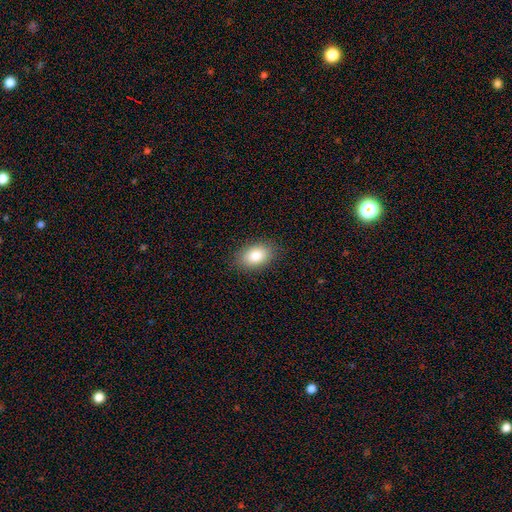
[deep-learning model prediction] This appears to be a smooth galaxy with no disk features (83%) that is in between round and cigar-shaped (88%). Merging: none (87%).